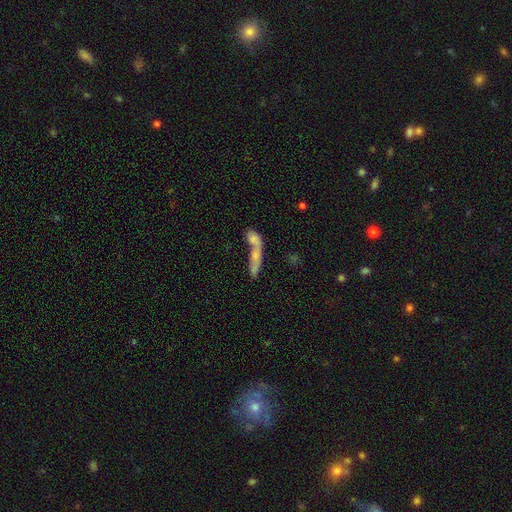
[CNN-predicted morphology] This appears to be a smooth galaxy with no disk features (55%) that is cigar-shaped (67%). Merging: merger (64%).